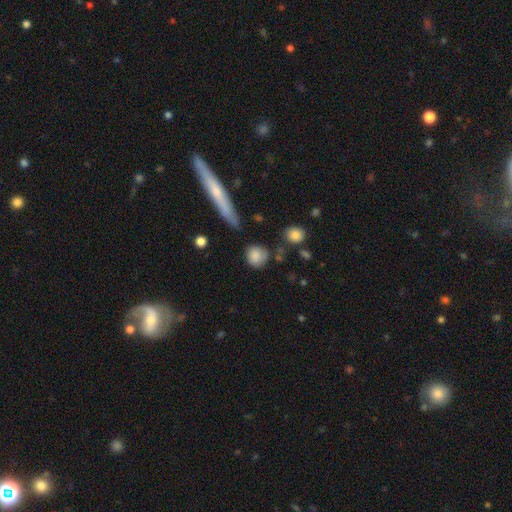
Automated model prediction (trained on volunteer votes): smooth 83%, featured or disk 9%, star or artifact 8%. Down the decision tree: how rounded — round (83%); merging — none (67%).